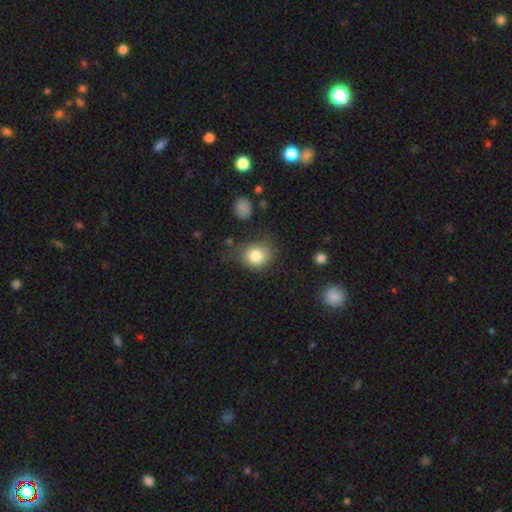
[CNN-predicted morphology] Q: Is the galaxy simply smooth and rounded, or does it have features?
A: smooth — 82%.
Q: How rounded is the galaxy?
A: round — 65%.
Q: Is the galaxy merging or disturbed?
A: none — 64%.